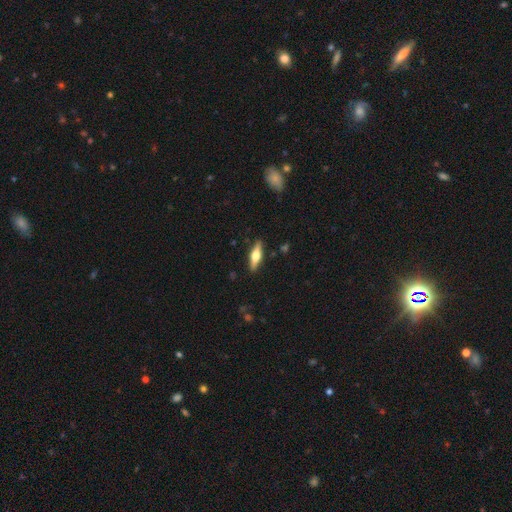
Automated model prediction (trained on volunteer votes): A featured or disk galaxy (54%) viewed edge-on (94%) with a rounded central bulge (94%).

Vote fractions:
- Smooth or featured? featured or disk: 54% / smooth: 40% / star or artifact: 6%
- Edge-on disk? yes: 94% / no: 6%
- Edge-on bulge? rounded: 94% / boxy: 4% / none: 2%
- Merging? none: 89% / minor disturbance: 8% / major disturbance: 2% / merger: 1%